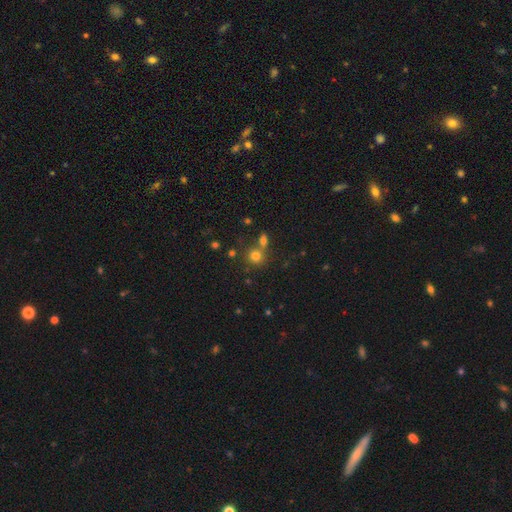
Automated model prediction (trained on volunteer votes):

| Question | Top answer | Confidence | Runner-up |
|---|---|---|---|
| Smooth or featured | smooth | 75% | star or artifact (16%) |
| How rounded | round | 85% | in between (14%) |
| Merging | none | 57% | merger (31%) |